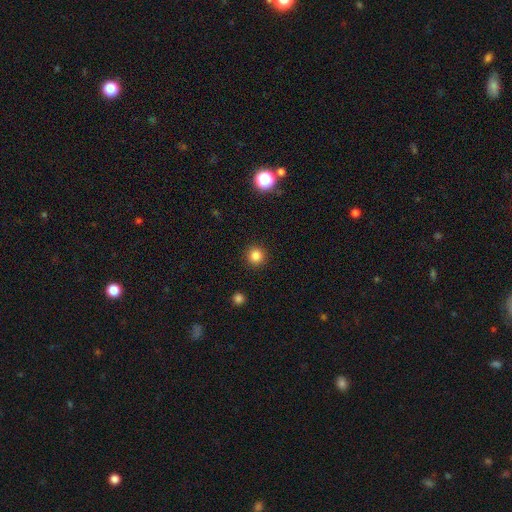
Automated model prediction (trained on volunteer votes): Smooth or featured?
  - smooth: 83% *
  - star or artifact: 13%
  - featured or disk: 4%
How rounded?
  - round: 95% *
  - in between: 4%
  - cigar-shaped: 1%
Merging?
  - none: 92% *
  - minor disturbance: 5%
  - major disturbance: 2%
  - merger: 1%